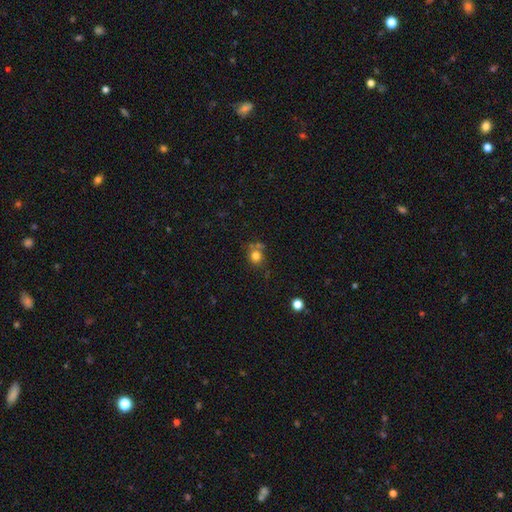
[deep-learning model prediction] Morphology: type=smooth (78%); roundness=round (82%); merging=none (62%).